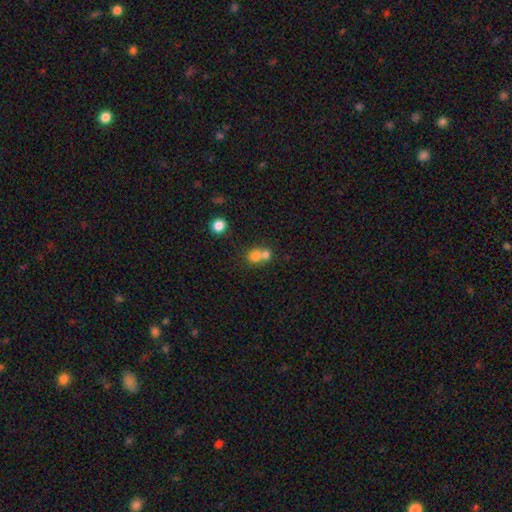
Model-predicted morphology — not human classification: Smooth or featured? smooth (75%)
How rounded? round (78%)
Merging? merger (59%)